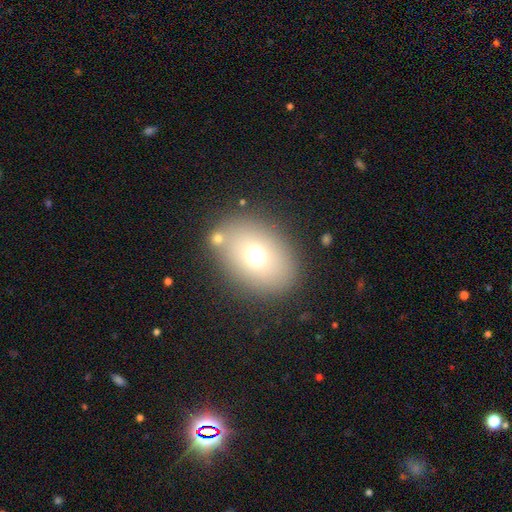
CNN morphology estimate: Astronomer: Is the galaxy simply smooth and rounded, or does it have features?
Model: smooth — 68%.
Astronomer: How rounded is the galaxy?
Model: in between — 67%.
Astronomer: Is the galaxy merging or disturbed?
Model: none — 79%.